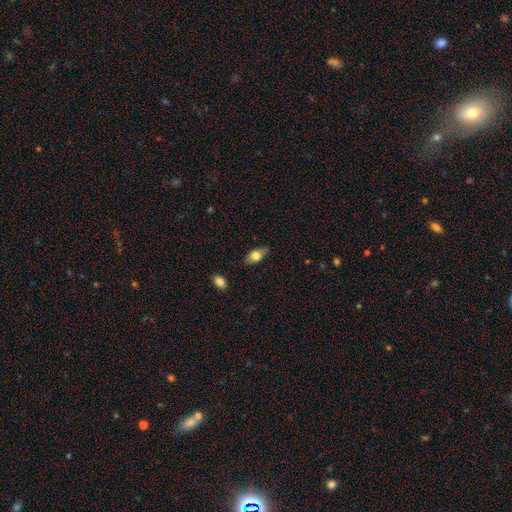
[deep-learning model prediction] The model was most divided on "smooth or featured": smooth: 71%, featured or disk: 22%, star or artifact: 7%. More confident: how rounded — in between (84%); merging — none (80%).